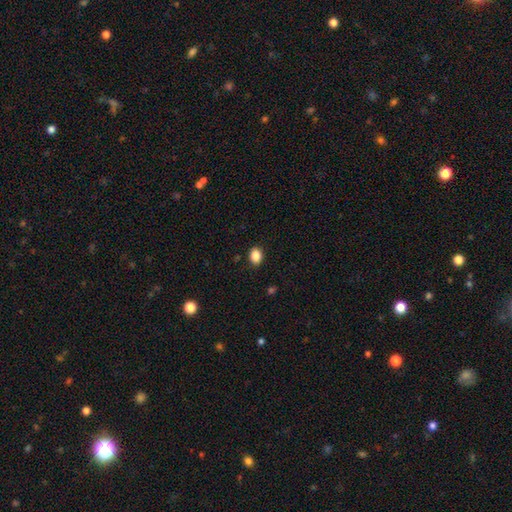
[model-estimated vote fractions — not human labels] smooth 87%, star or artifact 9%, featured or disk 4%. Down the decision tree: how rounded — in between (67%); merging — none (88%).